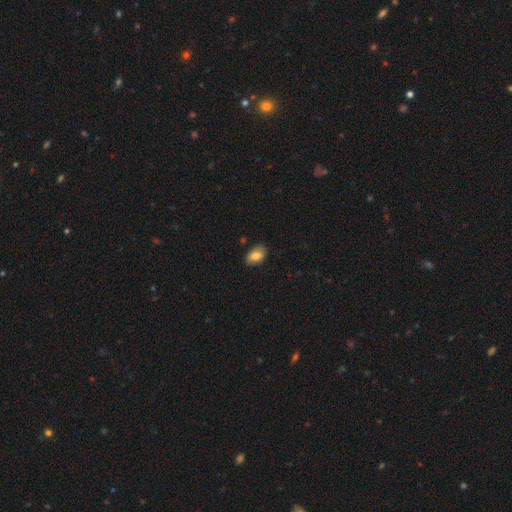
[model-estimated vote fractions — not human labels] smooth-or-featured: smooth: 83% | featured or disk: 9% | star or artifact: 8%
  how-rounded: in between: 90% | round: 8% | cigar-shaped: 1%
  merging: none: 82% | minor disturbance: 15% | major disturbance: 2% | merger: 1%